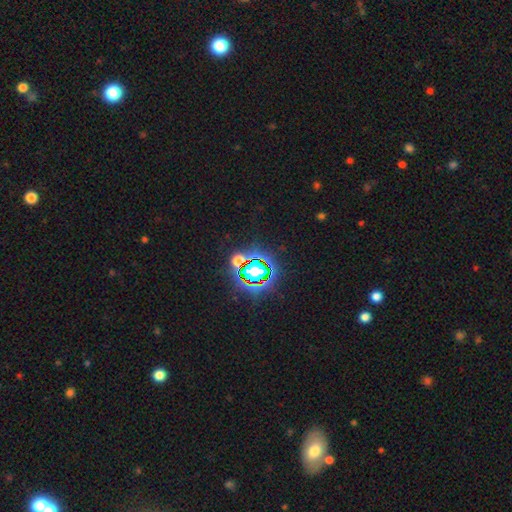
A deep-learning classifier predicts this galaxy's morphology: Overall: star or artifact (82%).